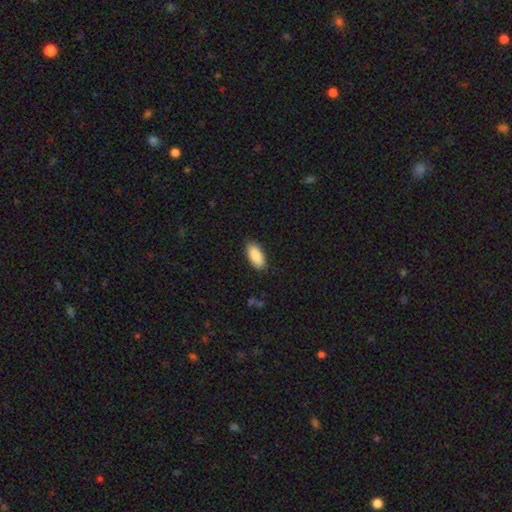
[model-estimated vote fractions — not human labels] A smooth galaxy with no disk features (90%) that is in between round and cigar-shaped (91%). Merging: none (87%).